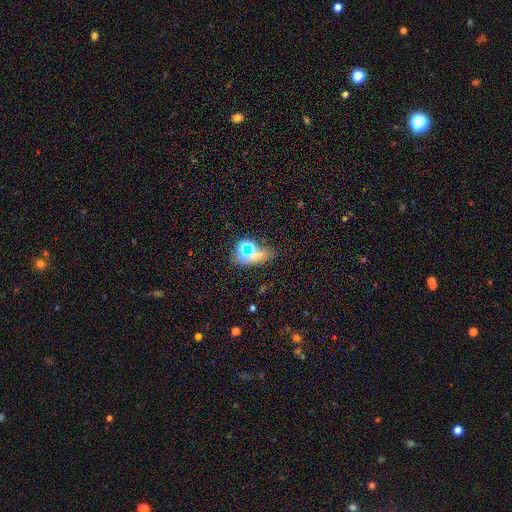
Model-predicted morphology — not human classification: star or artifact 49%, smooth 37%, featured or disk 14%.